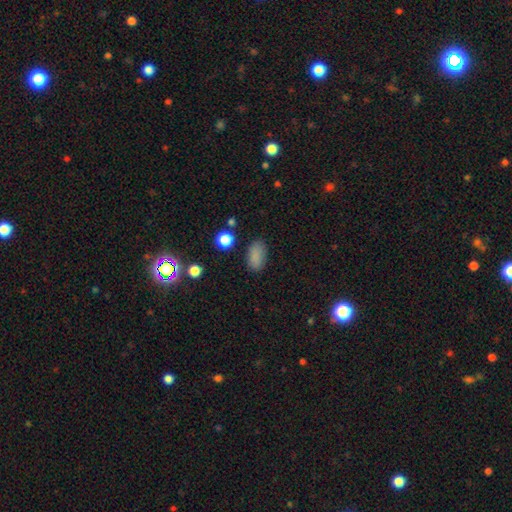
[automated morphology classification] smooth-or-featured: smooth: 85% | star or artifact: 11% | featured or disk: 4%
  how-rounded: in between: 90% | round: 6% | cigar-shaped: 3%
  merging: none: 83% | minor disturbance: 12% | major disturbance: 3% | merger: 2%